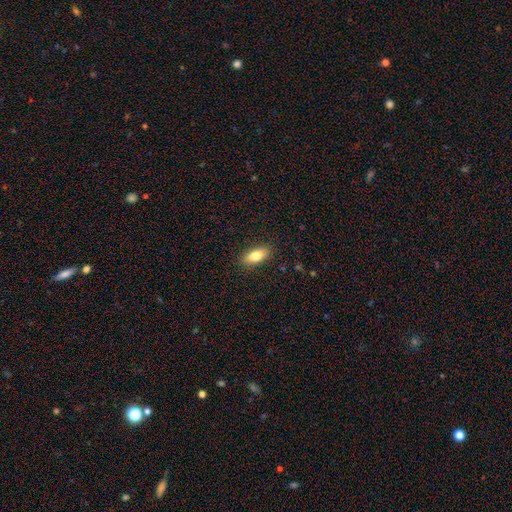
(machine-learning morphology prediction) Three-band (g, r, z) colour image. It shows a smooth galaxy with no disk features (81%) that is in between round and cigar-shaped (82%). Merging: none (88%).